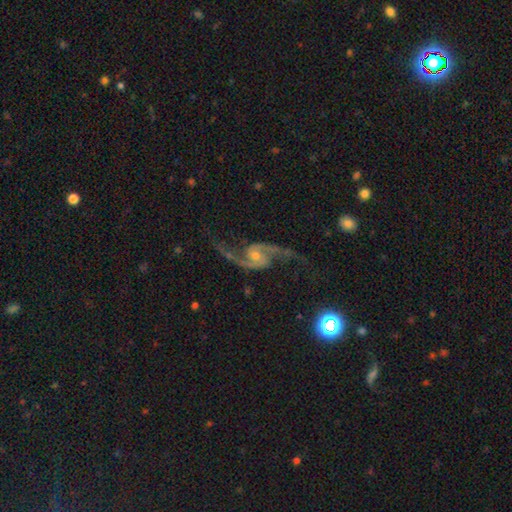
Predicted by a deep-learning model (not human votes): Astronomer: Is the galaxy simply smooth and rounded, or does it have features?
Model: featured or disk — 92%.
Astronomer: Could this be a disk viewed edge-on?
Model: no — 97%.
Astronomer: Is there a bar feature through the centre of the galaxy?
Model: no — 58%.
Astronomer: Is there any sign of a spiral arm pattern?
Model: yes — 98%.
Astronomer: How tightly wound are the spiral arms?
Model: loose — 73%.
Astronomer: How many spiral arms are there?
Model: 2 — 94%.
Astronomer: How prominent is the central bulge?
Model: small — 47% (runner-up: moderate, 46%).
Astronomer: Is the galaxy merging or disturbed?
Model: none — 71%.